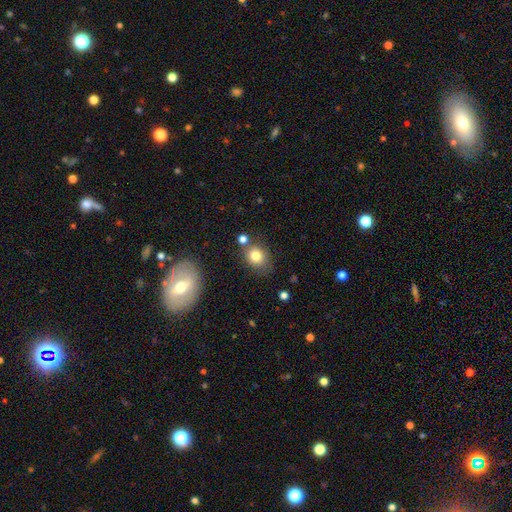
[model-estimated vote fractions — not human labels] Smooth or featured?
  - smooth: 80% *
  - star or artifact: 10%
  - featured or disk: 10%
How rounded?
  - round: 60% *
  - in between: 39%
  - cigar-shaped: 1%
Merging?
  - none: 69% *
  - minor disturbance: 15%
  - merger: 11%
  - major disturbance: 5%